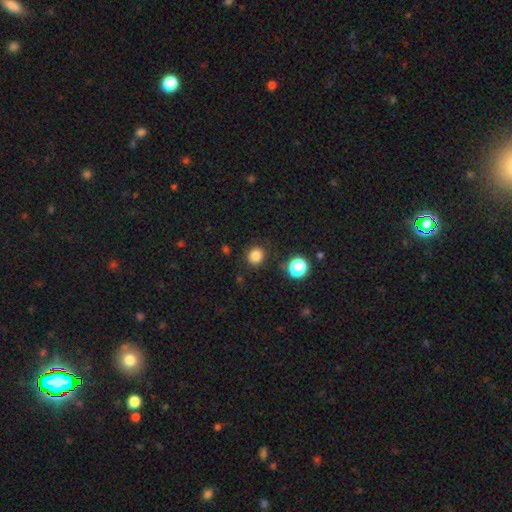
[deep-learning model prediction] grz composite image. It shows a smooth galaxy with no disk features (82%) that is round (85%). Merging: none (88%).